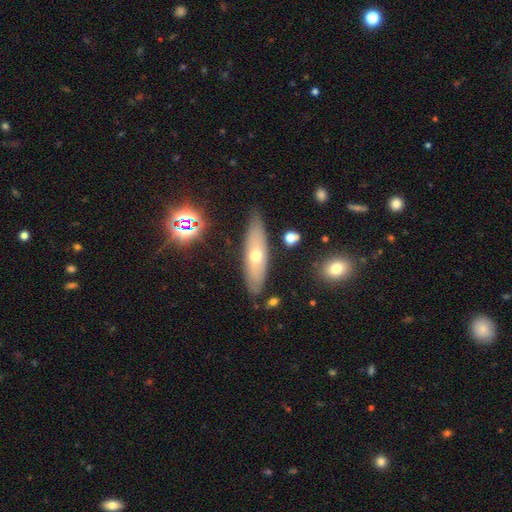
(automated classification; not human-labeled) Q: Smooth or featured?
A: featured or disk (47%); runner-up: smooth (43%)
Q: Merging?
A: none (83%); runner-up: minor disturbance (12%)